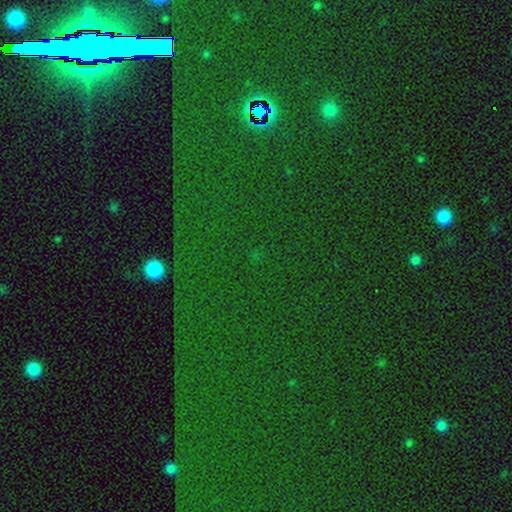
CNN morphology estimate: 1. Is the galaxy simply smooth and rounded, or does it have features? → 82% star or artifact, 10% smooth, 8% featured or disk.